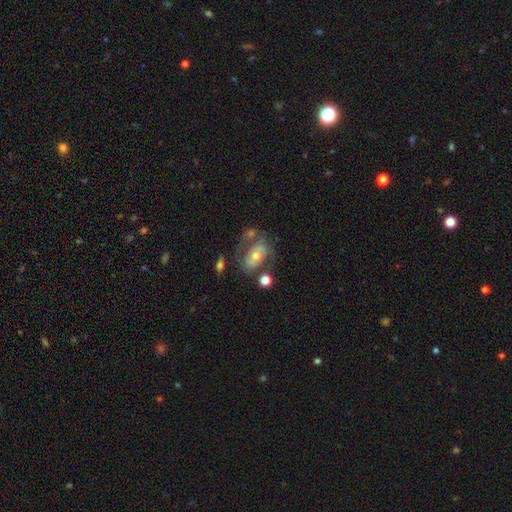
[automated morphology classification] smooth-or-featured: featured or disk: 63% | smooth: 28% | star or artifact: 9%
  disk-edge-on: no: 94% | yes: 6%
    bar: no: 62% | weak: 25% | strong: 14%
    has-spiral-arms: yes: 60% | no: 40%
    bulge-size: moderate: 54% | small: 39% | large: 5% | none: 2% | dominant: 1%
  merging: none: 48% | minor disturbance: 19% | major disturbance: 19% | merger: 14%